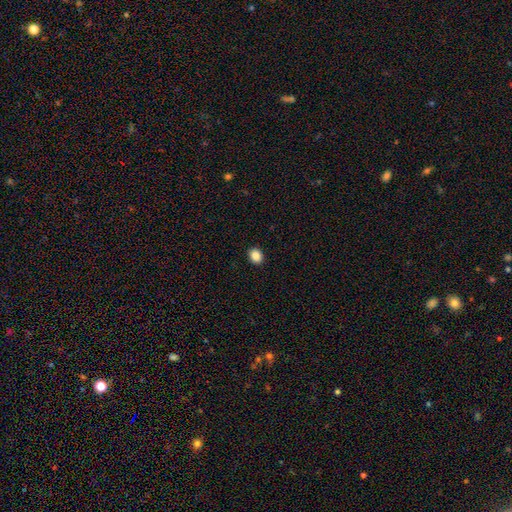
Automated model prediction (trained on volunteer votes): Q: Smooth or featured?
A: smooth (87%); runner-up: star or artifact (10%)
Q: How rounded?
A: round (61%); runner-up: in between (39%)
Q: Merging?
A: none (92%); runner-up: minor disturbance (5%)